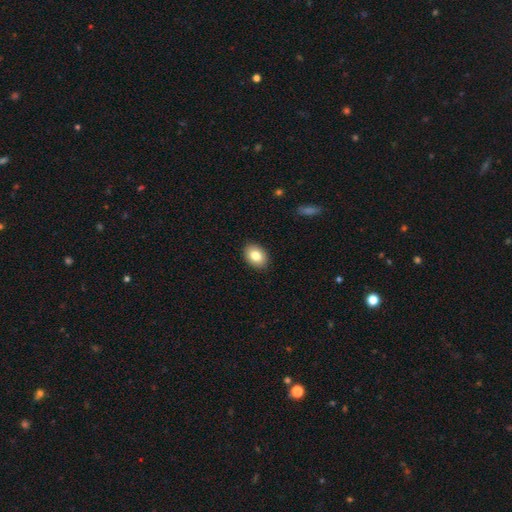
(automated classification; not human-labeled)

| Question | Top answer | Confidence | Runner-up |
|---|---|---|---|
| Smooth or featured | smooth | 82% | featured or disk (10%) |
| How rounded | in between | 76% | round (23%) |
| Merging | none | 89% | minor disturbance (8%) |